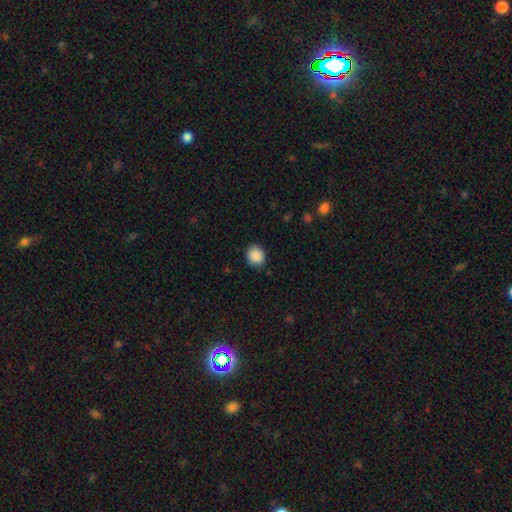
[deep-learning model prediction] A smooth galaxy with no disk features (90%) that is round (75%). Merging: none (88%).